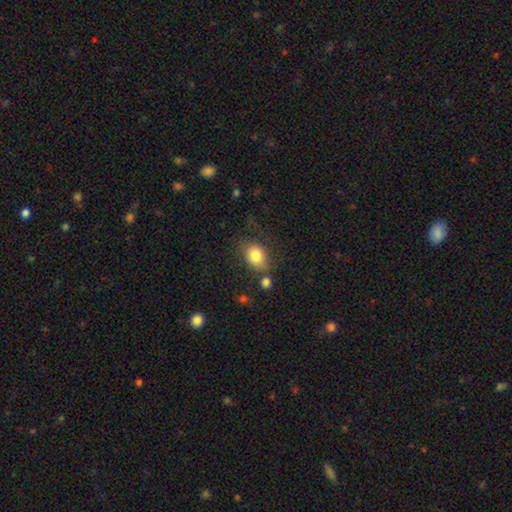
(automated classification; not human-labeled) Overall: smooth (82%). How rounded: in between (63%; round 36%). Merging: none (60%; minor disturbance 21%).